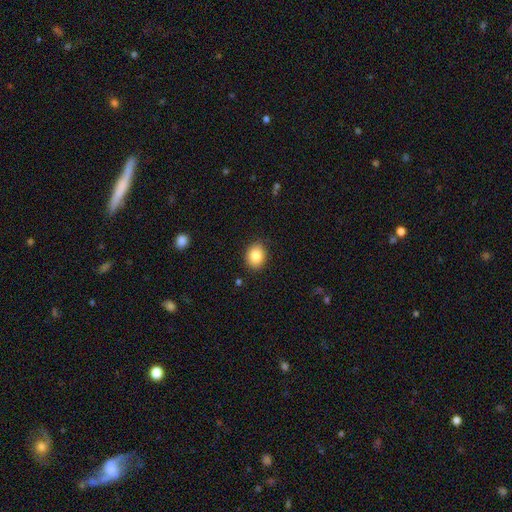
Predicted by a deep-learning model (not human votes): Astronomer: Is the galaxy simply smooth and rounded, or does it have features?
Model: smooth — 85%.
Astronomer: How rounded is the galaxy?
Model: in between — 52% (runner-up: round, 47%).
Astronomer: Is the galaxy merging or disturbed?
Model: none — 86%.